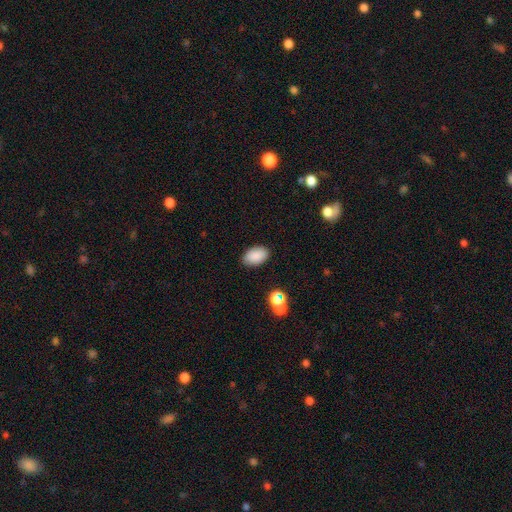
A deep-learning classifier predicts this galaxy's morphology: Smooth or featured: smooth — 87% (star or artifact — 8%)
How rounded: in between — 93% (round — 6%)
Merging: none — 86% (minor disturbance — 9%)